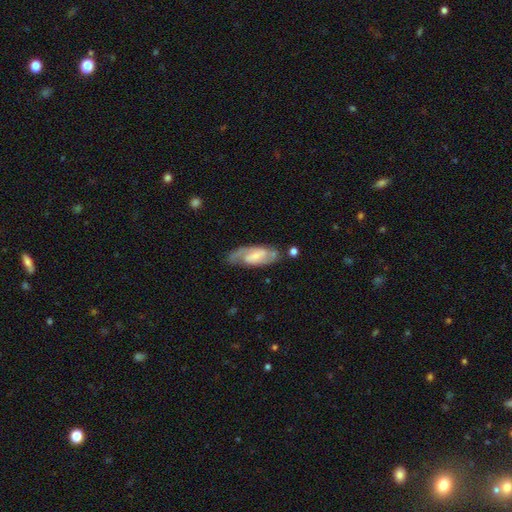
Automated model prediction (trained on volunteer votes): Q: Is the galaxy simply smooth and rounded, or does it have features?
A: featured or disk — 75%.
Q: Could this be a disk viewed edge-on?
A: no — 92%.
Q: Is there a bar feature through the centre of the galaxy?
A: weak — 46%.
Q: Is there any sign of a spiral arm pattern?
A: yes — 92%.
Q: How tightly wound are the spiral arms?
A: medium — 50%.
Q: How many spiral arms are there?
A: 2 — 81%.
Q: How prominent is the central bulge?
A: small — 47%.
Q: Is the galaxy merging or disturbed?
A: none — 71%.